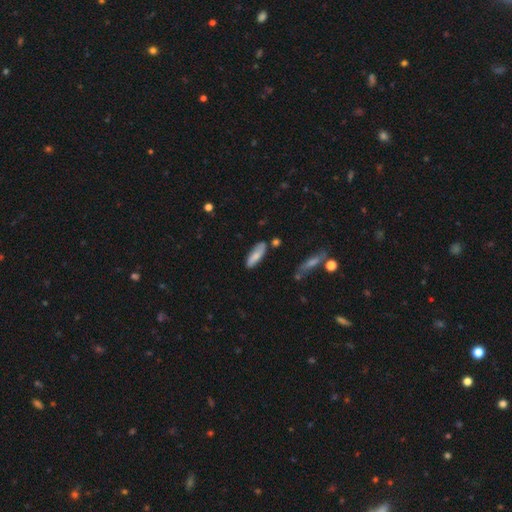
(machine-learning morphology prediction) Q: Smooth or featured?
A: smooth (72%); runner-up: featured or disk (22%)
Q: How rounded?
A: in between (52%); runner-up: cigar-shaped (46%)
Q: Merging?
A: none (77%); runner-up: minor disturbance (16%)